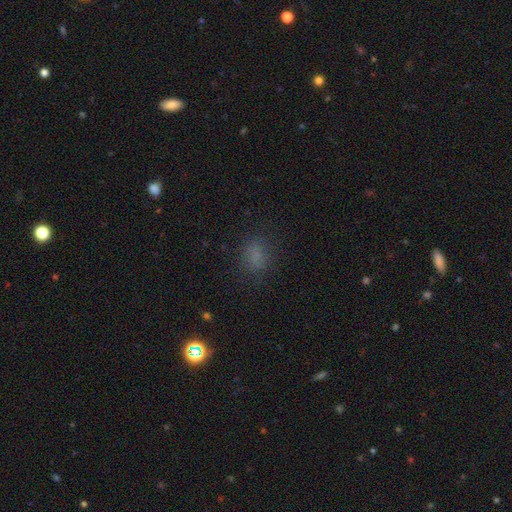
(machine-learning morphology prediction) Smooth or featured? smooth (74%)
How rounded? in between (65%)
Merging? none (78%)